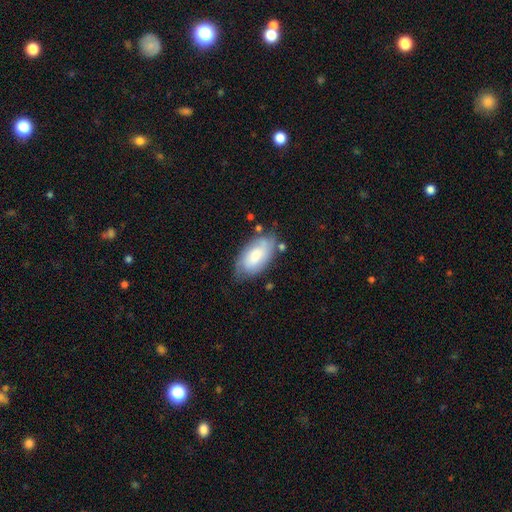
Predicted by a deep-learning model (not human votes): A smooth galaxy with no disk features (63%) that is in between round and cigar-shaped (93%). Merging: none (63%).